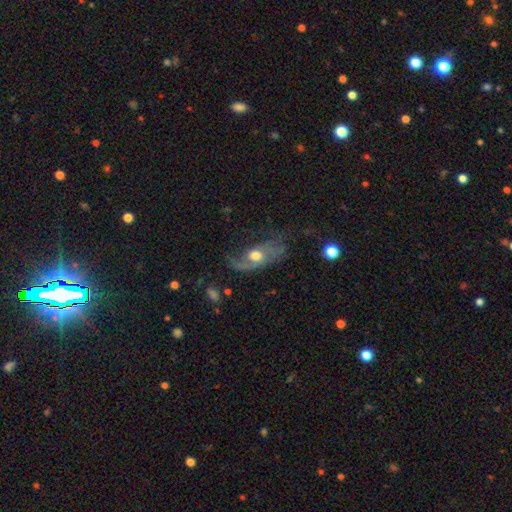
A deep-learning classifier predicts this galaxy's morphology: A featured or disk galaxy (68%) with no bar (73%), spiral arms (80%) and a moderate central bulge (66%). Merging: none (38%).